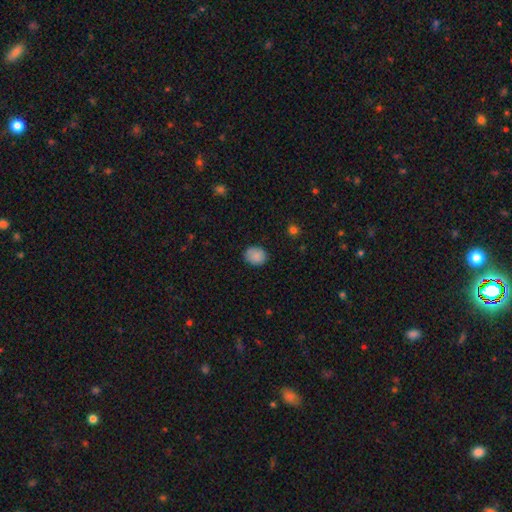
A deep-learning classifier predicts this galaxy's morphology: A smooth galaxy with no disk features (87%) that is round (59%).

Vote fractions:
- Smooth or featured? smooth: 87% / star or artifact: 8% / featured or disk: 5%
- How rounded? round: 59% / in between: 40% / cigar-shaped: 1%
- Merging? none: 82% / minor disturbance: 14% / major disturbance: 3% / merger: 1%